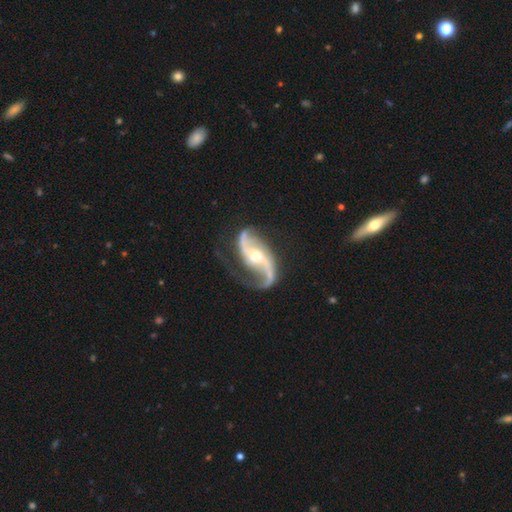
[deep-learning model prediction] The model was most divided on "bar": weak: 40%, no: 38%, strong: 21%. More confident: spiral arms — yes (98%); edge-on disk — no (97%); spiral arm count — 2 (92%); smooth or featured — featured or disk (92%); merging — none (68%); bulge size — moderate (61%); spiral winding — loose (59%).